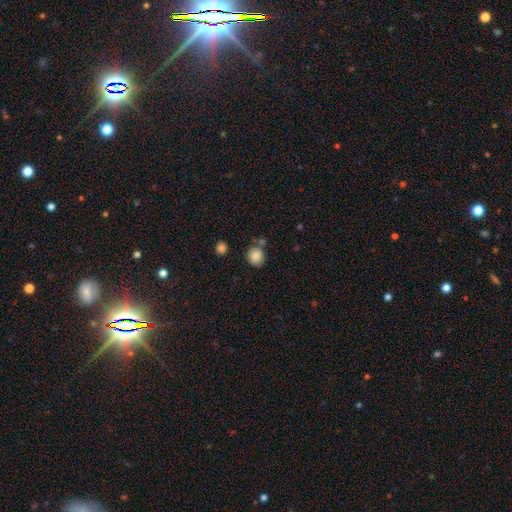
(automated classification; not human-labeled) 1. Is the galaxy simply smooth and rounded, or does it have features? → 87% smooth, 9% star or artifact, 4% featured or disk.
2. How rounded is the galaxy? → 80% round, 19% in between, 1% cigar-shaped.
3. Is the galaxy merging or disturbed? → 70% none, 14% minor disturbance, 12% merger, 4% major disturbance.